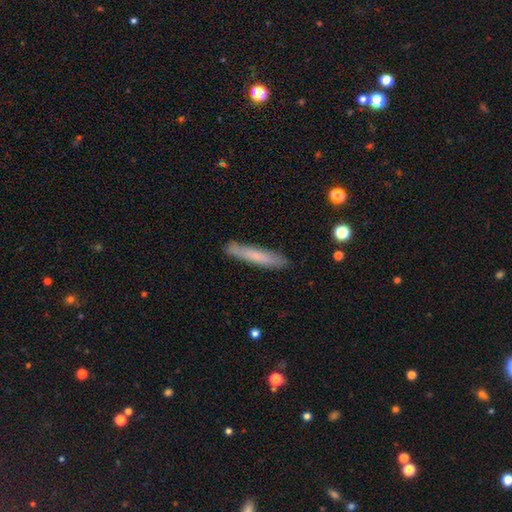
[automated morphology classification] smooth-or-featured: smooth: 67% | featured or disk: 27% | star or artifact: 7%
  how-rounded: cigar-shaped: 92% | in between: 6% | round: 1%
  merging: none: 87% | minor disturbance: 10% | major disturbance: 2% | merger: 1%